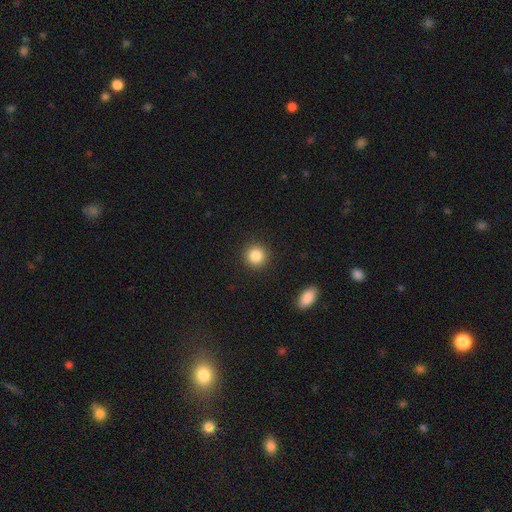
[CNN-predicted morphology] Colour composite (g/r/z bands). It shows a smooth galaxy with no disk features (86%) that is round (93%). Merging: none (91%).